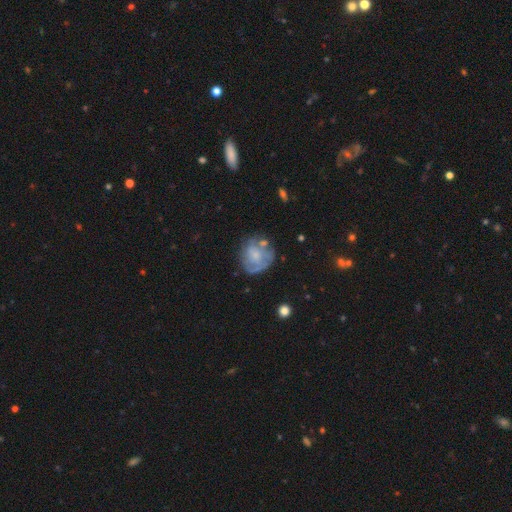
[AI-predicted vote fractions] Smooth or featured?
  - featured or disk: 58% *
  - smooth: 34%
  - star or artifact: 8%
Edge-on disk?
  - no: 98% *
  - yes: 2%
Bar?
  - no: 80% *
  - weak: 17%
  - strong: 3%
Spiral arms?
  - no: 52% *
  - yes: 48%
Bulge size?
  - small: 45% *
  - moderate: 29%
  - none: 21%
  - large: 4%
  - dominant: 1%
Merging?
  - none: 54% *
  - minor disturbance: 24%
  - major disturbance: 16%
  - merger: 7%